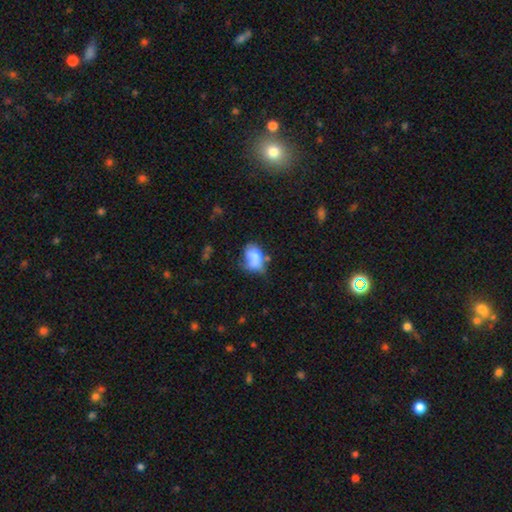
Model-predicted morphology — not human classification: Smooth or featured? Predicted: smooth (p=0.71). How rounded? Predicted: in between (p=0.80). Merging? Predicted: minor disturbance (p=0.33).